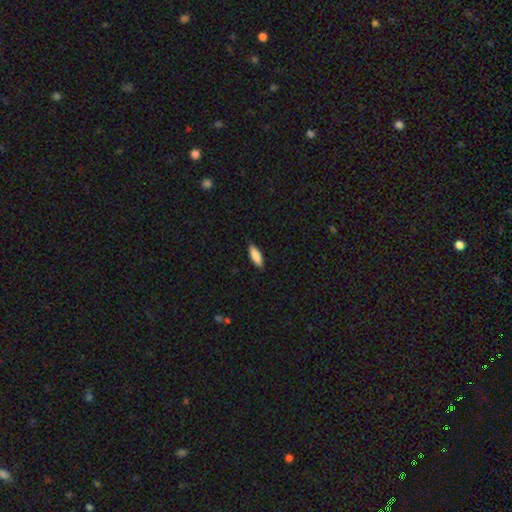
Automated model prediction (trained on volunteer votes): A smooth galaxy with no disk features (86%) that is in between round and cigar-shaped (59%). Merging: none (86%).